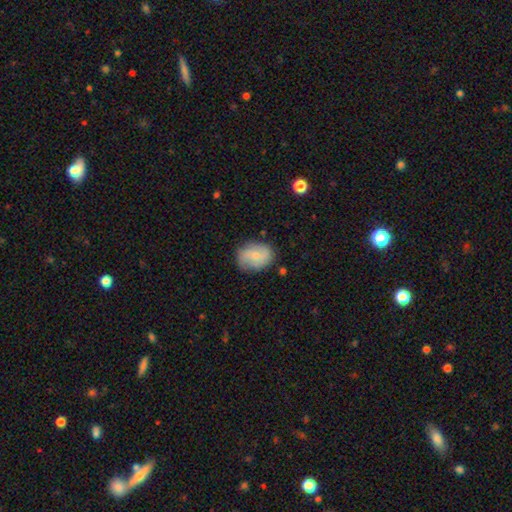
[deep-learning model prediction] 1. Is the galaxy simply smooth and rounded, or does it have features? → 58% smooth, 34% featured or disk, 7% star or artifact.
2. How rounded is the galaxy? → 62% in between, 37% round, 1% cigar-shaped.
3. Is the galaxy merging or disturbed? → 75% none, 19% minor disturbance, 5% major disturbance, 2% merger.